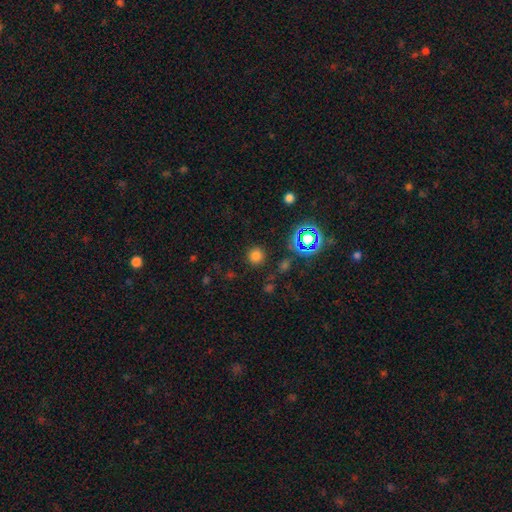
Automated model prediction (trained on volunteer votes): A smooth galaxy with no disk features (72%) that is round (93%). Merging: none (87%).